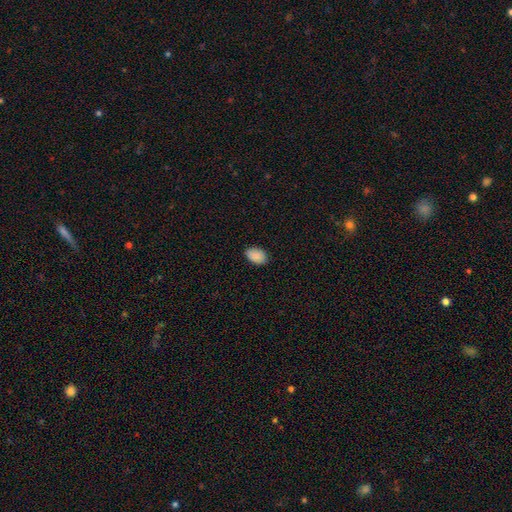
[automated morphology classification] Smooth or featured: smooth — 90% (star or artifact — 7%)
How rounded: in between — 88% (round — 10%)
Merging: none — 87% (minor disturbance — 10%)